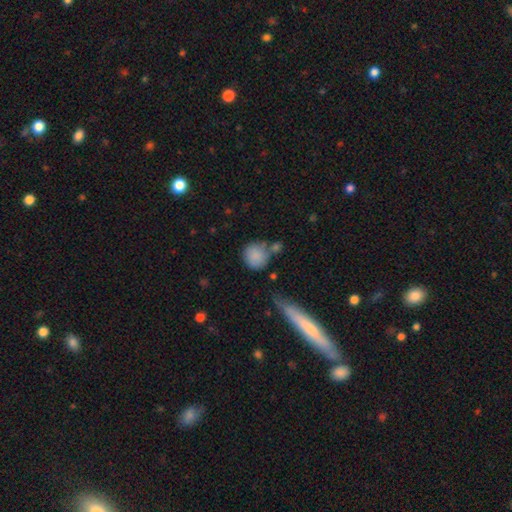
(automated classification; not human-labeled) This is clearly a smooth galaxy (85%). How rounded: clearly round (87%). Merging: possibly none (57%).